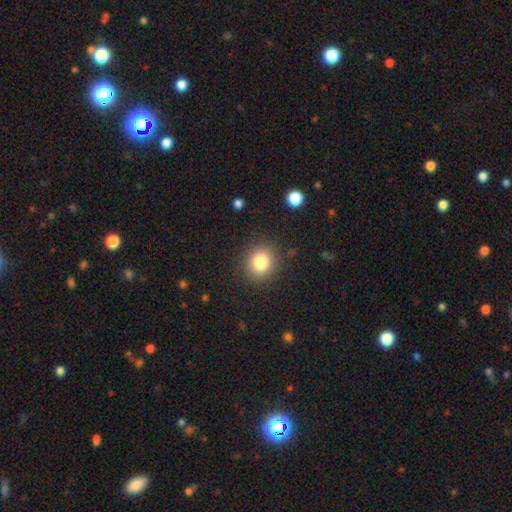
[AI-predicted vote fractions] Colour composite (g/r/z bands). It shows a smooth galaxy with no disk features (79%) that is round (83%). Merging: none (92%).